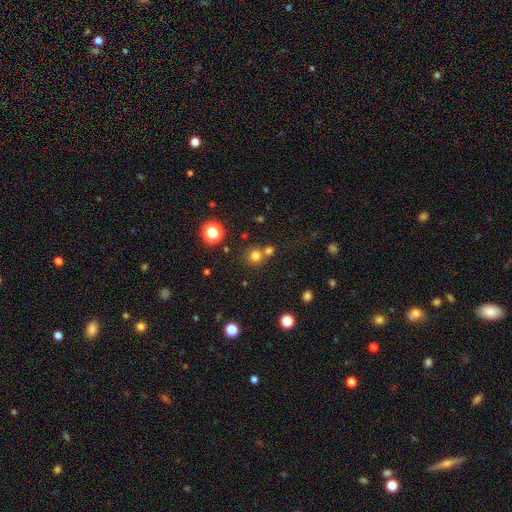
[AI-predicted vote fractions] Smooth or featured? Predicted: smooth (p=0.73). How rounded? Predicted: round (p=0.91). Merging? Predicted: none (p=0.62).